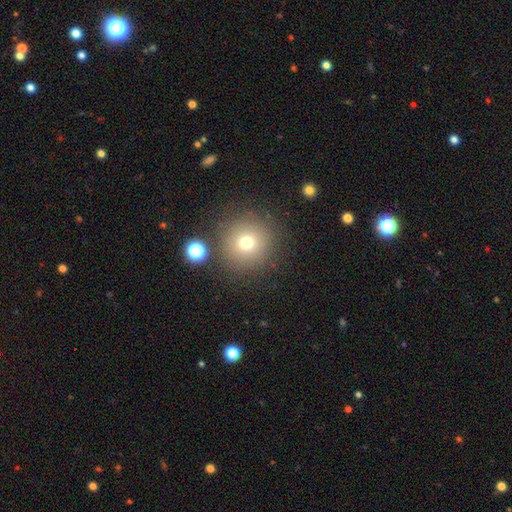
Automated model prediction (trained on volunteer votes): The model was most divided on "smooth or featured": smooth: 64%, star or artifact: 25%, featured or disk: 11%. More confident: how rounded — round (95%); merging — none (87%).